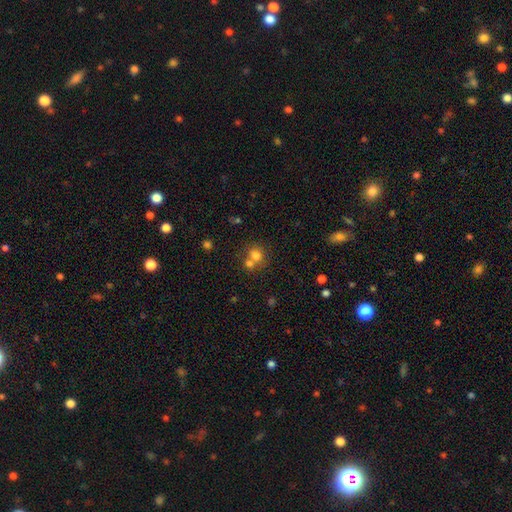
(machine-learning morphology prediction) This is likely a smooth galaxy (74%). How rounded: clearly round (81%). Merging: possibly none (47%).